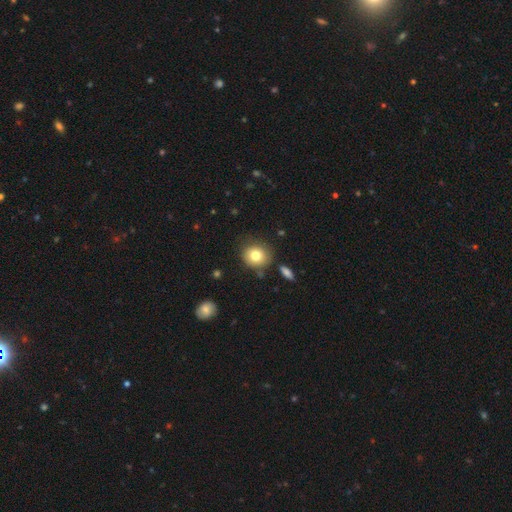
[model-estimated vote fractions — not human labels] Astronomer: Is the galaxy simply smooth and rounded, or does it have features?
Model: smooth — 78%.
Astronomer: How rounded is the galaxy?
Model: round — 80%.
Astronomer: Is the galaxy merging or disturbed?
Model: none — 79%.